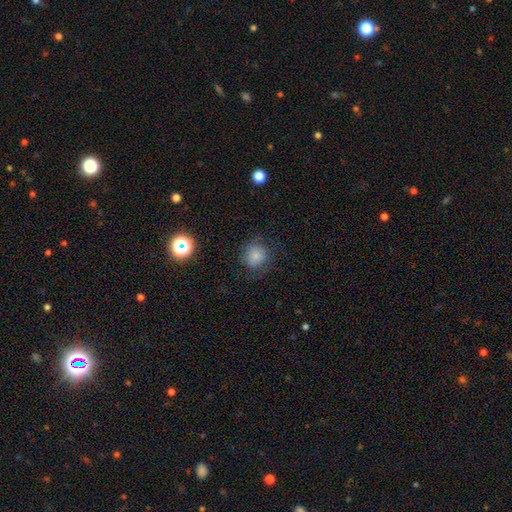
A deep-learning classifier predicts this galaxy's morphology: smooth 80%, star or artifact 12%, featured or disk 8%. Down the decision tree: how rounded — round (84%); merging — none (74%).